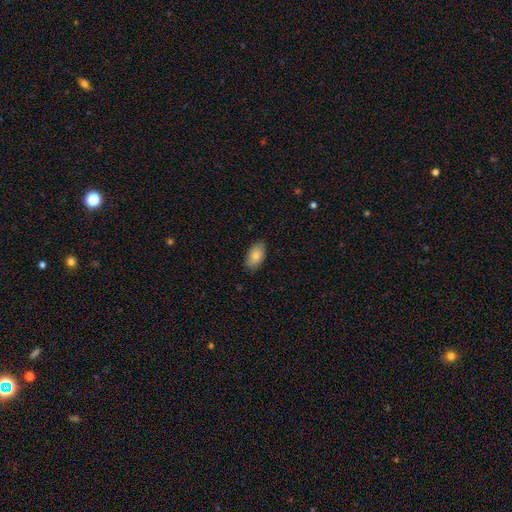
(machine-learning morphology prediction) Smooth or featured? Predicted: smooth (p=0.82). How rounded? Predicted: in between (p=0.93). Merging? Predicted: none (p=0.85).